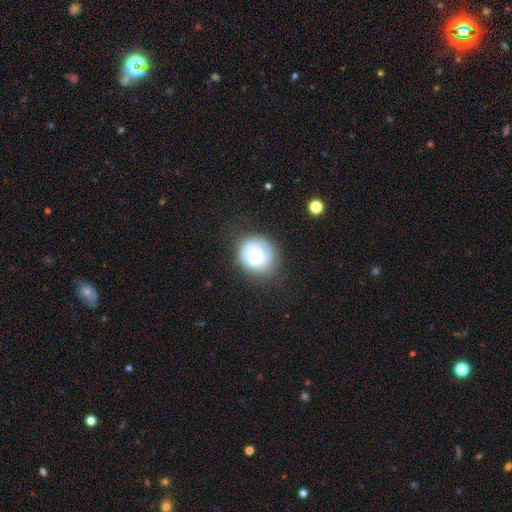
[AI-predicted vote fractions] smooth 50%, featured or disk 42%, star or artifact 8%. Down the decision tree: how rounded — round (83%); merging — none (73%).